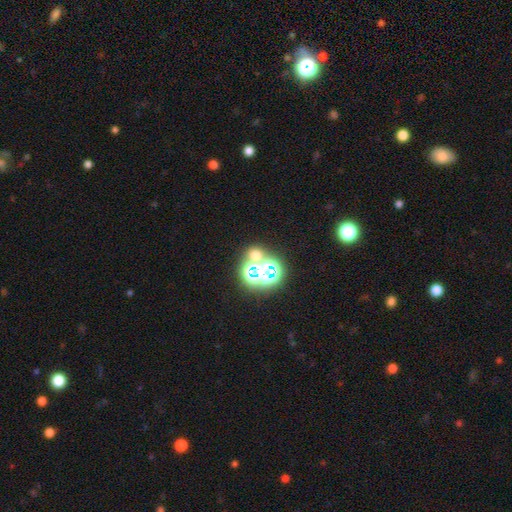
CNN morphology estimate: Smooth or featured? Predicted: star or artifact (p=0.56).